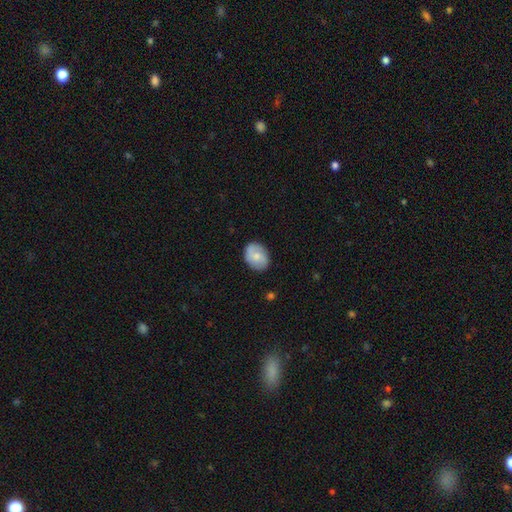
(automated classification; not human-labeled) This appears to be a smooth galaxy with no disk features (57%) that is in between round and cigar-shaped (61%). Merging: none (81%).